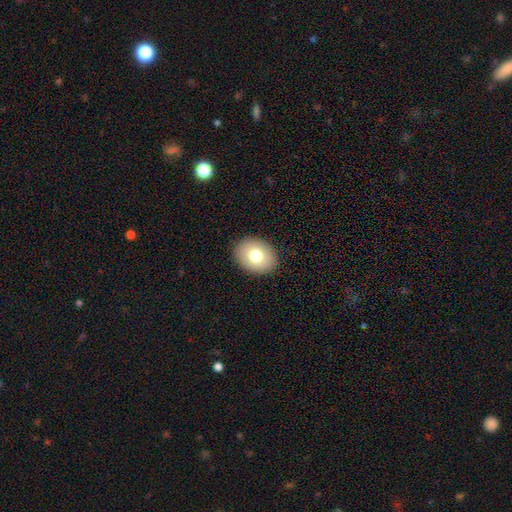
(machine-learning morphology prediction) This is likely a smooth galaxy (76%). How rounded: likely in between (61%). Merging: clearly none (90%).